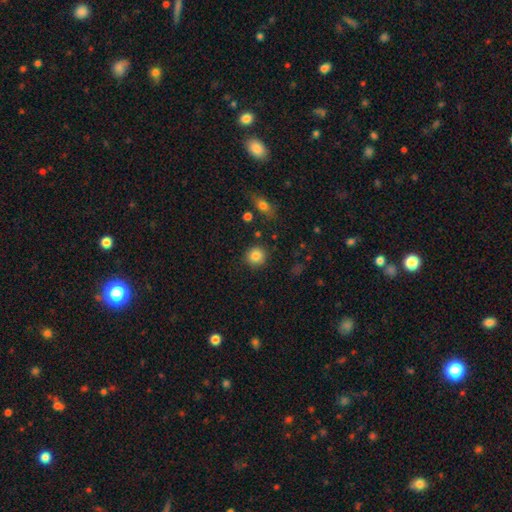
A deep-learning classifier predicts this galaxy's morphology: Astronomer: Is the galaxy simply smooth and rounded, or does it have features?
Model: smooth — 85%.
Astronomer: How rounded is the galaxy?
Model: round — 91%.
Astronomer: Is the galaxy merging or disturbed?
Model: none — 88%.